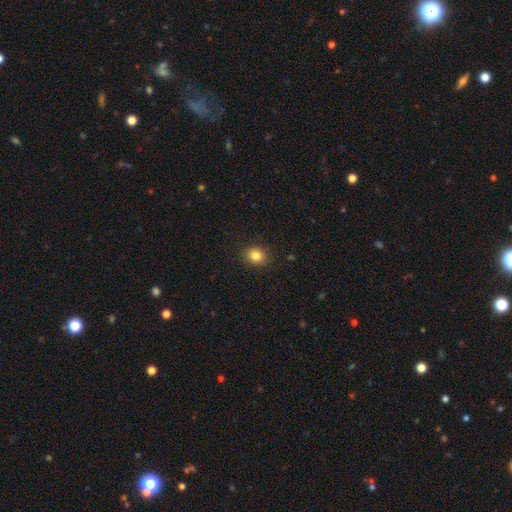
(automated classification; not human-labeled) Smooth or featured? smooth (84%)
How rounded? round (71%)
Merging? none (89%)